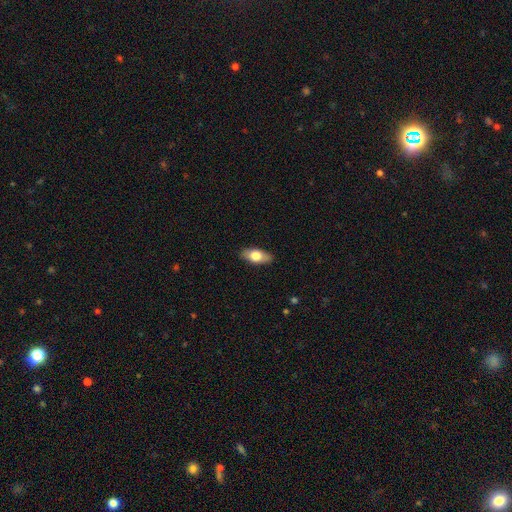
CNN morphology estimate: smooth-or-featured: smooth: 72% | featured or disk: 22% | star or artifact: 6%
  how-rounded: in between: 87% | cigar-shaped: 8% | round: 4%
  merging: none: 87% | minor disturbance: 10% | major disturbance: 2% | merger: 1%